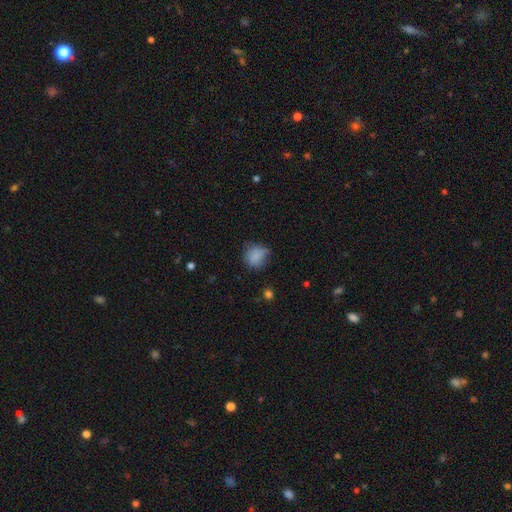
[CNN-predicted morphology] type=smooth (82%); roundness=round (68%); merging=none (55%).